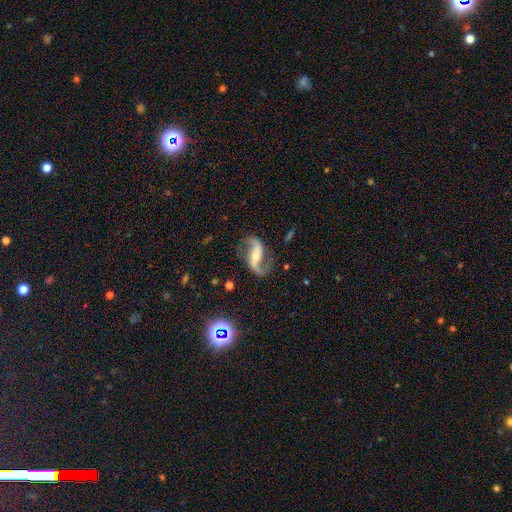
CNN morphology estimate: This appears to be a featured or disk galaxy (90%) with a strong bar (38%), 2 (94%) loose (75%) spiral arms (97%) and a small central bulge (45%). Merging: none (80%).